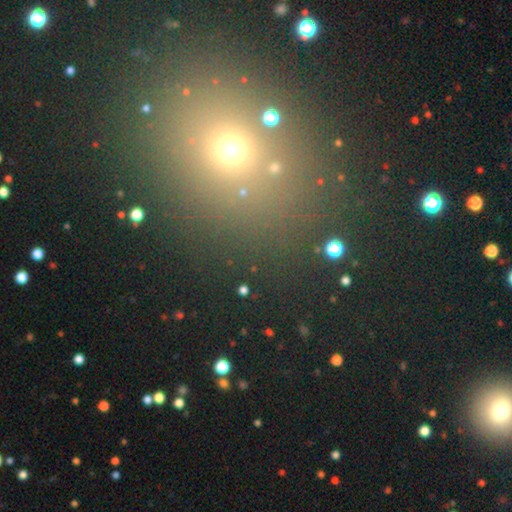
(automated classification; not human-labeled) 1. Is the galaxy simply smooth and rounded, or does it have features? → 47% smooth, 45% star or artifact, 8% featured or disk.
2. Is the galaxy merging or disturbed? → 85% none, 7% minor disturbance, 4% merger, 4% major disturbance.